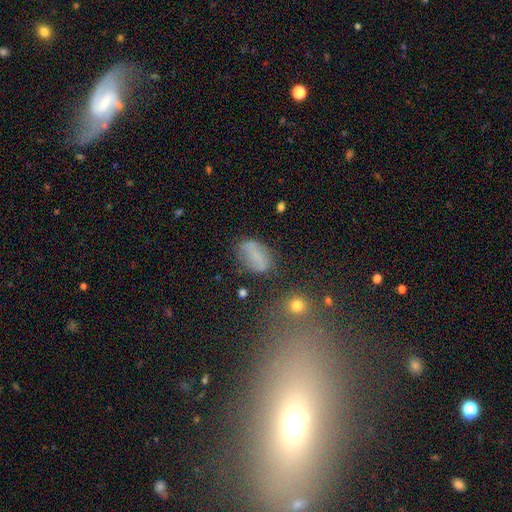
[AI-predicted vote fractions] Overall: smooth (63%; featured or disk 25%). How rounded: in between (87%). Merging: none (65%).